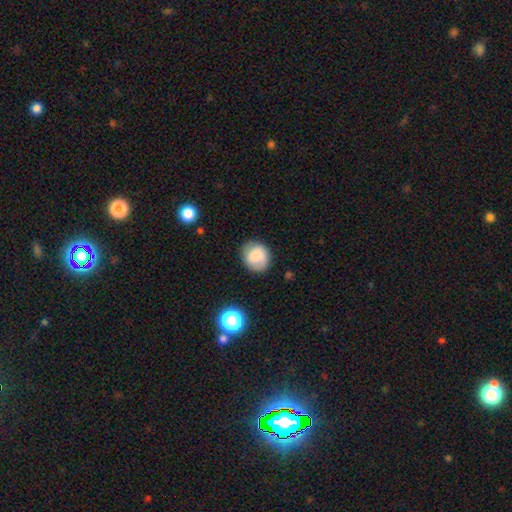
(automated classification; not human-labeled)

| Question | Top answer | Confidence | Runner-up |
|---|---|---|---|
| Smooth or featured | smooth | 80% | featured or disk (11%) |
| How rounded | round | 79% | in between (20%) |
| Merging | none | 79% | minor disturbance (15%) |